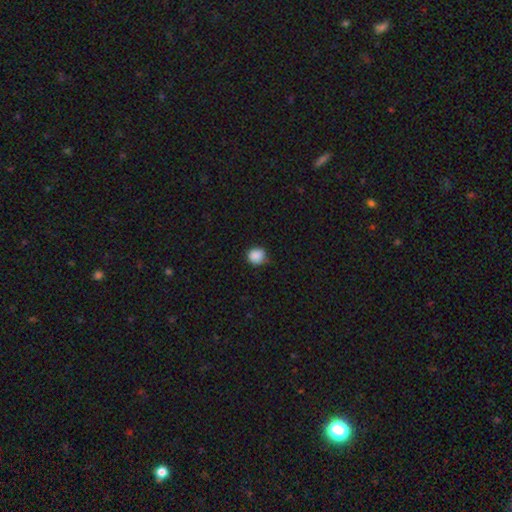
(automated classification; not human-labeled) Smooth or featured? smooth (88%)
How rounded? round (88%)
Merging? none (77%)